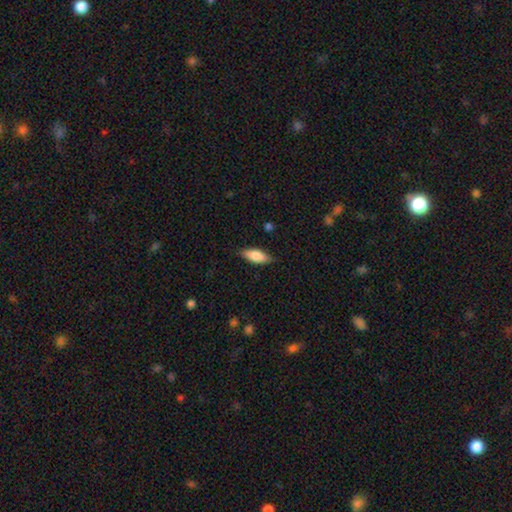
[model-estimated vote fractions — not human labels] Smooth or featured? Predicted: smooth (p=0.79). How rounded? Predicted: in between (p=0.77). Merging? Predicted: none (p=0.82).